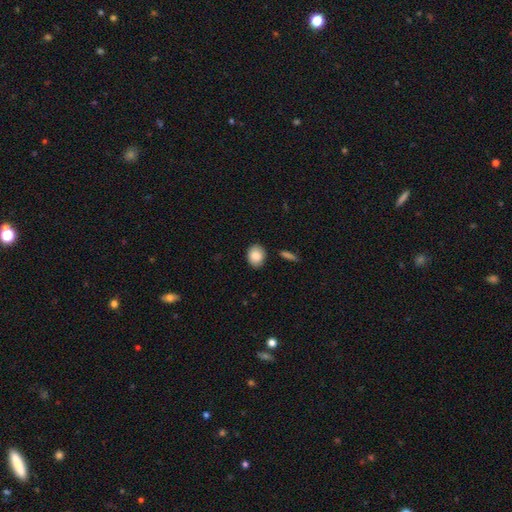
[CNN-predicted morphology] A smooth galaxy with no disk features (87%) that is in between round and cigar-shaped (56%).

Vote fractions:
- Smooth or featured? smooth: 87% / star or artifact: 7% / featured or disk: 6%
- How rounded? in between: 56% / round: 42% / cigar-shaped: 1%
- Merging? none: 85% / minor disturbance: 10% / merger: 3% / major disturbance: 2%